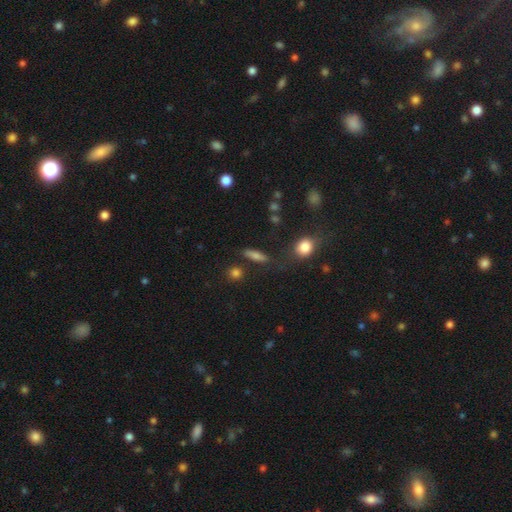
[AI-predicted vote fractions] smooth-or-featured: smooth: 71% | featured or disk: 17% | star or artifact: 11%
  how-rounded: cigar-shaped: 58% | in between: 33% | round: 9%
  merging: none: 75% | minor disturbance: 15% | major disturbance: 5% | merger: 5%